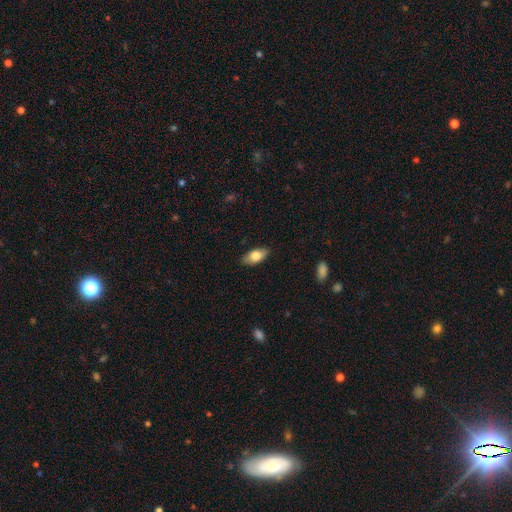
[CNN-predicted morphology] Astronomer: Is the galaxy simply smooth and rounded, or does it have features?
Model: smooth — 77%.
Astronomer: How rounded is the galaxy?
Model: in between — 90%.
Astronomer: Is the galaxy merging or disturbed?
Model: none — 85%.